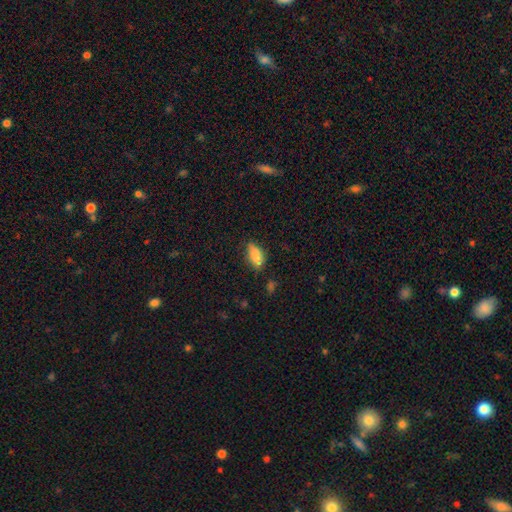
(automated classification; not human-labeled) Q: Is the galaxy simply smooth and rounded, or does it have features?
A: smooth — 81%.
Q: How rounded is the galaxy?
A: in between — 84%.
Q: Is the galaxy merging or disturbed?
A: none — 62%.